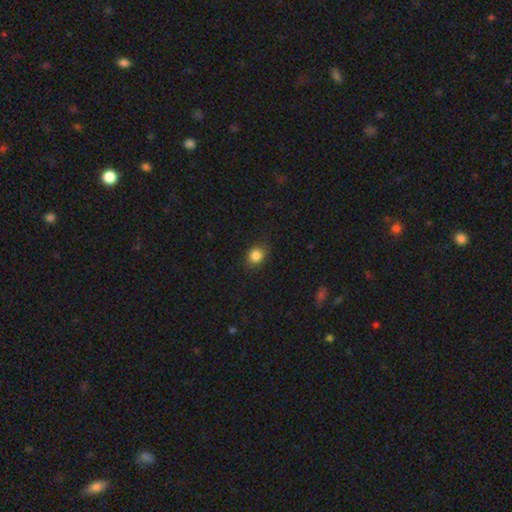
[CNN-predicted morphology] type=smooth (84%); roundness=round (63%); merging=none (83%).